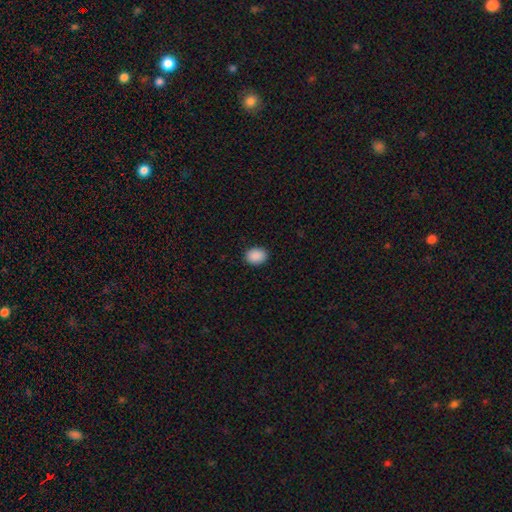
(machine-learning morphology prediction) The model was most divided on "how rounded": in between: 61%, round: 38%, cigar-shaped: 1%. More confident: smooth or featured — smooth (90%); merging — none (90%).